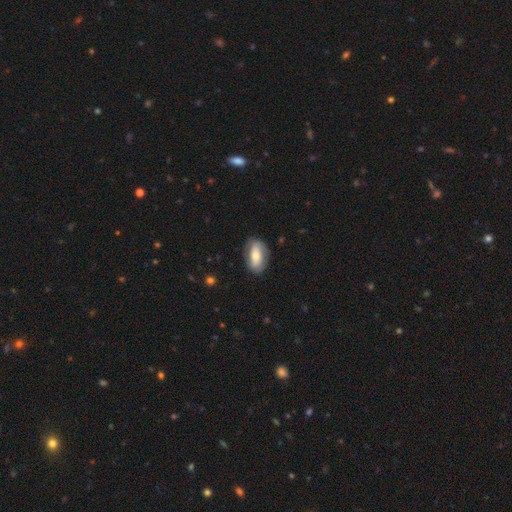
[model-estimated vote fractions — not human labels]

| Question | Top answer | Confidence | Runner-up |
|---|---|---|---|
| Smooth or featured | smooth | 59% | featured or disk (35%) |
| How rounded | in between | 90% | round (7%) |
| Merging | none | 79% | minor disturbance (16%) |